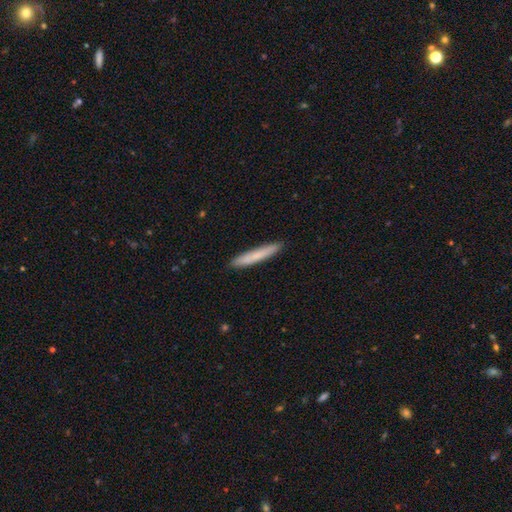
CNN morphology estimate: A smooth galaxy with no disk features (75%) that is cigar-shaped (94%).

Vote fractions:
- Smooth or featured? smooth: 75% / featured or disk: 20% / star or artifact: 6%
- How rounded? cigar-shaped: 94% / in between: 4% / round: 1%
- Merging? none: 91% / minor disturbance: 7% / major disturbance: 1% / merger: 1%